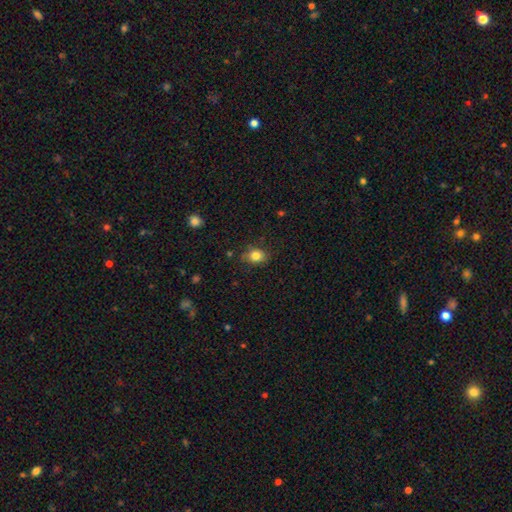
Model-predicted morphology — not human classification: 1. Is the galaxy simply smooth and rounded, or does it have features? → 82% smooth, 10% star or artifact, 8% featured or disk.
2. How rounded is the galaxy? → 61% in between, 38% round, 1% cigar-shaped.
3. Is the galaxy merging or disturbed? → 75% none, 19% minor disturbance, 4% major disturbance, 2% merger.